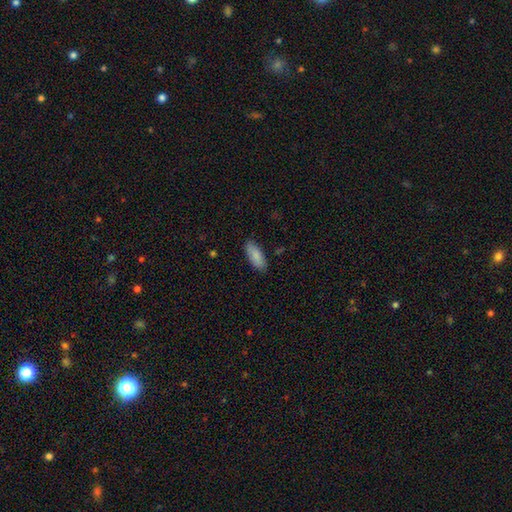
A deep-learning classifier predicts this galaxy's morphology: Smooth or featured?
  - smooth: 86% *
  - featured or disk: 8%
  - star or artifact: 6%
How rounded?
  - in between: 82% *
  - cigar-shaped: 16%
  - round: 2%
Merging?
  - none: 84% *
  - minor disturbance: 12%
  - major disturbance: 2%
  - merger: 1%